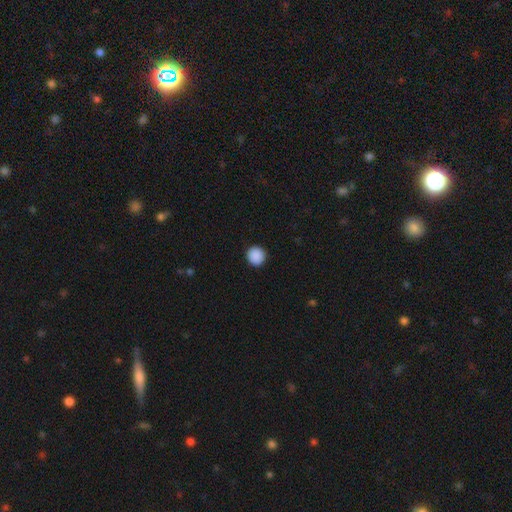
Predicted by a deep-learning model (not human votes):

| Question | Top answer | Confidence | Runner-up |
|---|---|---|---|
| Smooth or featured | smooth | 90% | star or artifact (8%) |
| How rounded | round | 95% | in between (4%) |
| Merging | none | 93% | minor disturbance (4%) |